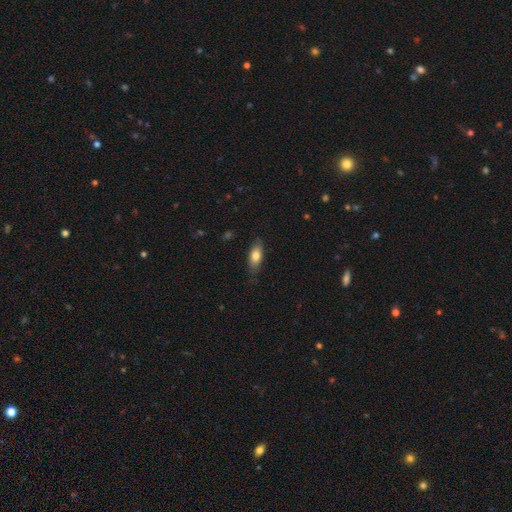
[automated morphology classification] This is likely a smooth galaxy (76%). How rounded: likely in between (78%). Merging: likely none (78%).